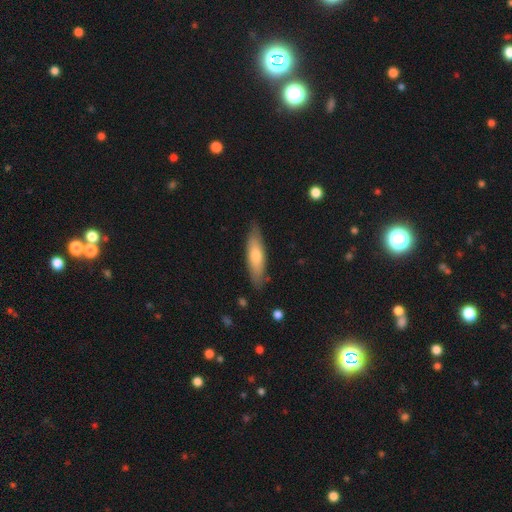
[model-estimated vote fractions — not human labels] This is likely a smooth galaxy (64%). How rounded: likely cigar-shaped (62%). Merging: clearly none (84%).